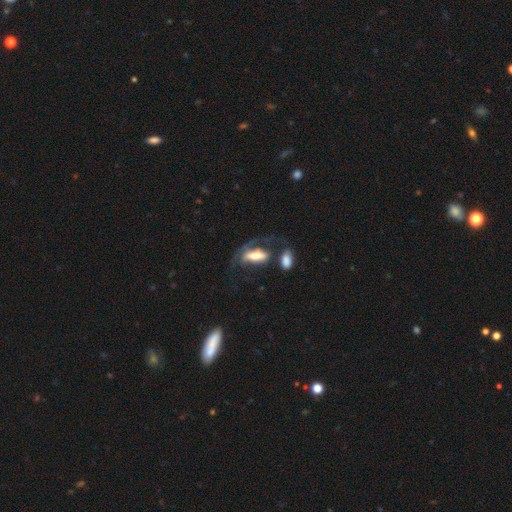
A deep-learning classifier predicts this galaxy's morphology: Smooth or featured? smooth (51%)
How rounded? in between (72%)
Merging? major disturbance (41%)